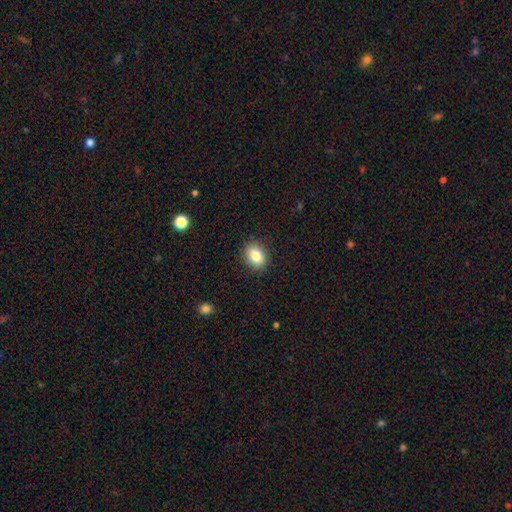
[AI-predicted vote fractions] Smooth or featured? smooth (84%)
How rounded? in between (58%)
Merging? none (89%)